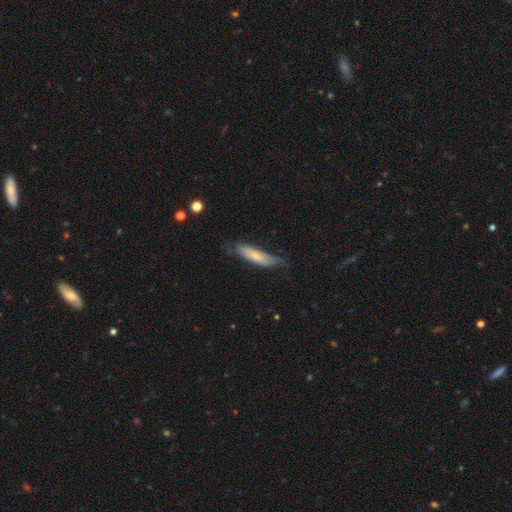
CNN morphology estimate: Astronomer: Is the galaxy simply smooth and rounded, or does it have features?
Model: smooth — 66%.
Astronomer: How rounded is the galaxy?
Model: cigar-shaped — 70%.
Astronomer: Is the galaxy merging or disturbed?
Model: none — 58%.